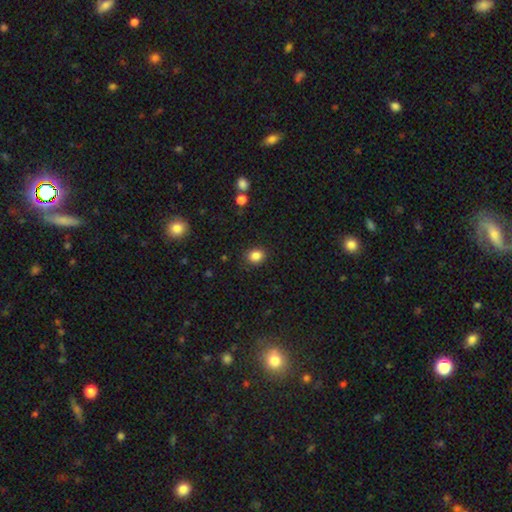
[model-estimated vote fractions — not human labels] This appears to be a smooth galaxy with no disk features (85%) that is round (64%). Merging: none (88%).